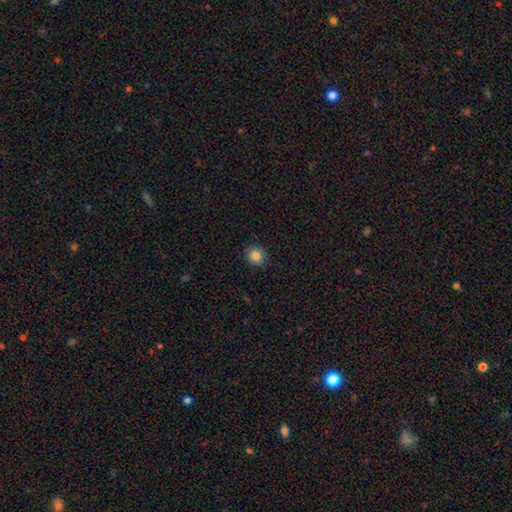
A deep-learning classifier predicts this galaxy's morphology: Smooth or featured? Predicted: smooth (p=0.84). How rounded? Predicted: round (p=0.79). Merging? Predicted: none (p=0.90).